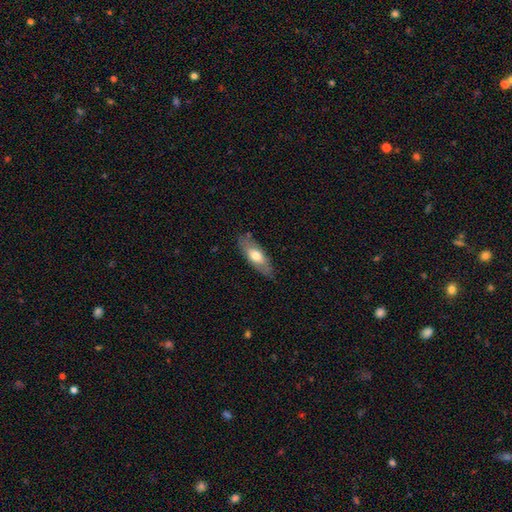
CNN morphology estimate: smooth 62%, featured or disk 32%, star or artifact 6%. Down the decision tree: how rounded — in between (70%); merging — none (80%).